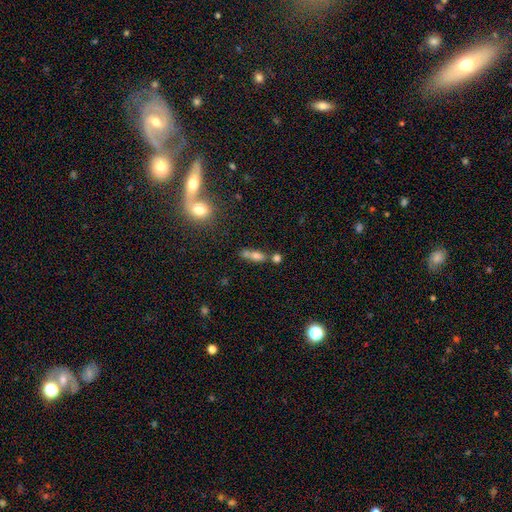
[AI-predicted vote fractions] Smooth or featured?
  - smooth: 67% *
  - featured or disk: 19%
  - star or artifact: 15%
How rounded?
  - in between: 61% *
  - cigar-shaped: 27%
  - round: 12%
Merging?
  - none: 44% *
  - merger: 37%
  - minor disturbance: 12%
  - major disturbance: 6%